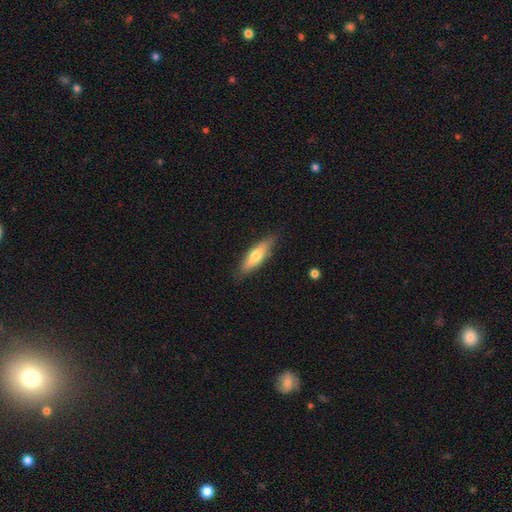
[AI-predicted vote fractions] The model was most divided on "how rounded": cigar-shaped: 58%, in between: 40%, round: 2%. More confident: merging — none (84%); smooth or featured — smooth (61%).